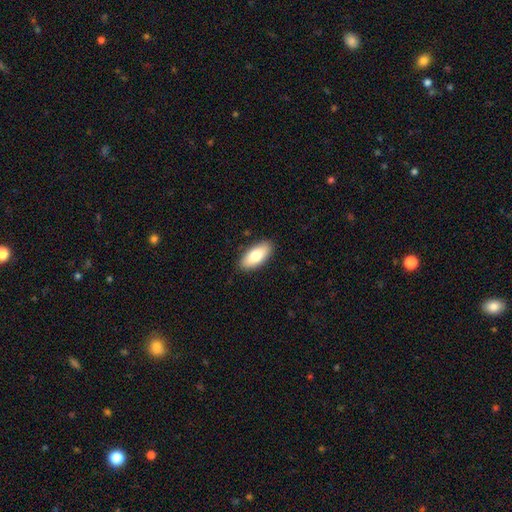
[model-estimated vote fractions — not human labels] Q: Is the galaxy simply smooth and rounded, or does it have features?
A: smooth — 79%.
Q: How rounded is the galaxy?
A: in between — 88%.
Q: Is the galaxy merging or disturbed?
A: none — 89%.